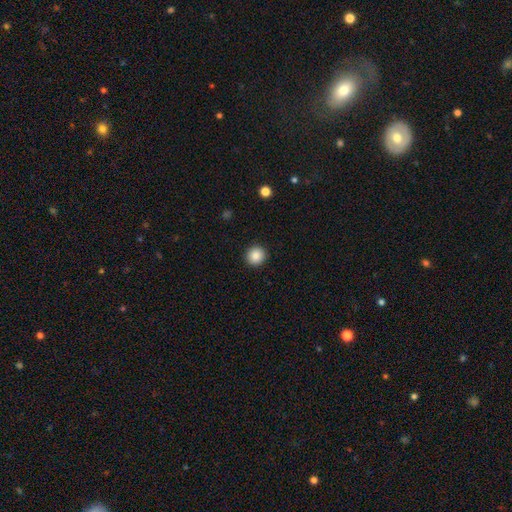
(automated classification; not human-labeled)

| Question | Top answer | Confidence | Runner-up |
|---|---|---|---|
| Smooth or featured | smooth | 87% | star or artifact (9%) |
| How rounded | round | 92% | in between (7%) |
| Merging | none | 92% | minor disturbance (5%) |